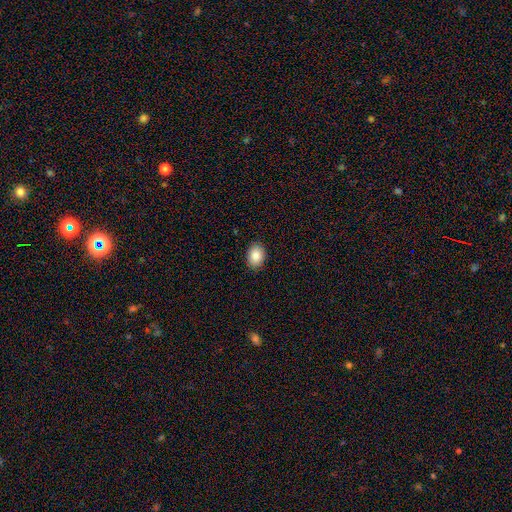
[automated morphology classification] This is clearly a smooth galaxy (88%). How rounded: likely in between (77%). Merging: clearly none (89%).